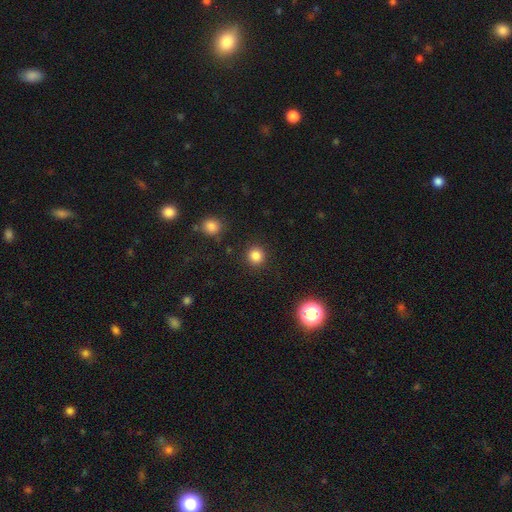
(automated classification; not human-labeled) The model was most divided on "smooth or featured": smooth: 83%, star or artifact: 13%, featured or disk: 4%. More confident: how rounded — round (93%); merging — none (91%).